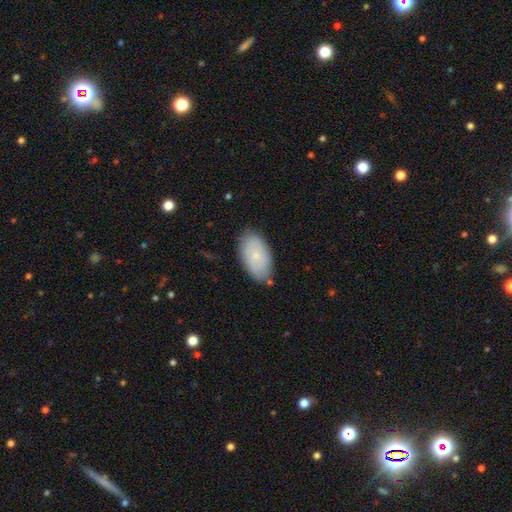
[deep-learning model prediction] Q: Smooth or featured?
A: smooth (74%); runner-up: featured or disk (19%)
Q: How rounded?
A: in between (95%); runner-up: round (3%)
Q: Merging?
A: none (81%); runner-up: minor disturbance (14%)